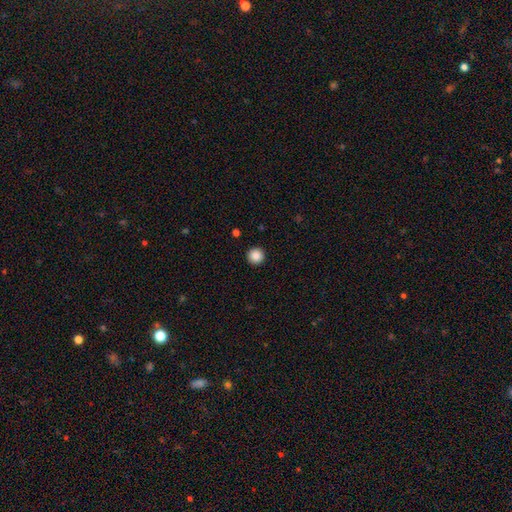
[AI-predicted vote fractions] smooth_or_featured: smooth (p=0.88) [alt: star or artifact p=0.09]
how_rounded: round (p=0.96) [alt: in between p=0.03]
merging: none (p=0.93) [alt: minor disturbance p=0.04]